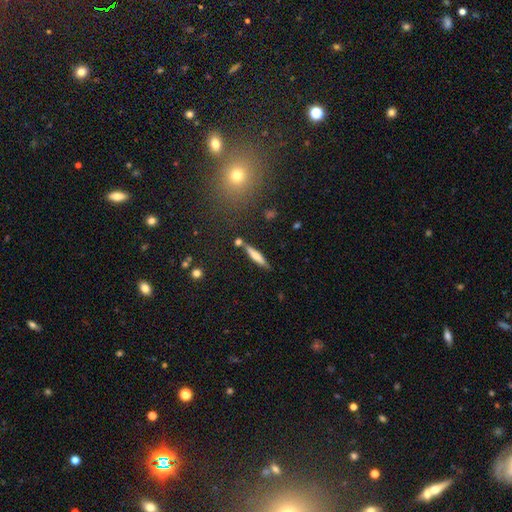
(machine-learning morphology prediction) smooth_or_featured: smooth (p=0.54) [alt: featured or disk p=0.39]
how_rounded: cigar-shaped (p=0.88) [alt: in between p=0.10]
merging: none (p=0.80) [alt: minor disturbance p=0.11]